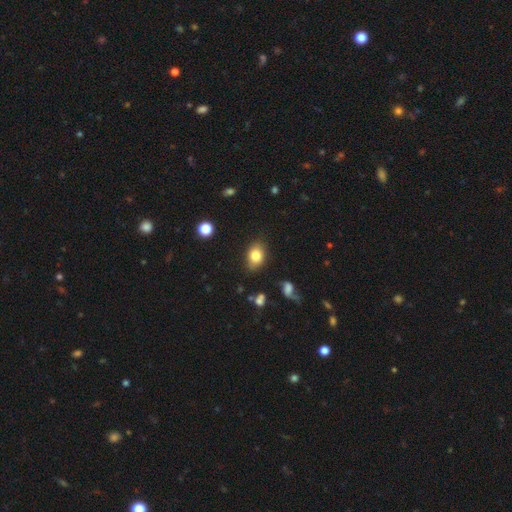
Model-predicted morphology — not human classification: smooth-or-featured: smooth: 81% | featured or disk: 10% | star or artifact: 9%
  how-rounded: in between: 74% | round: 24% | cigar-shaped: 1%
  merging: none: 81% | minor disturbance: 14% | major disturbance: 3% | merger: 2%